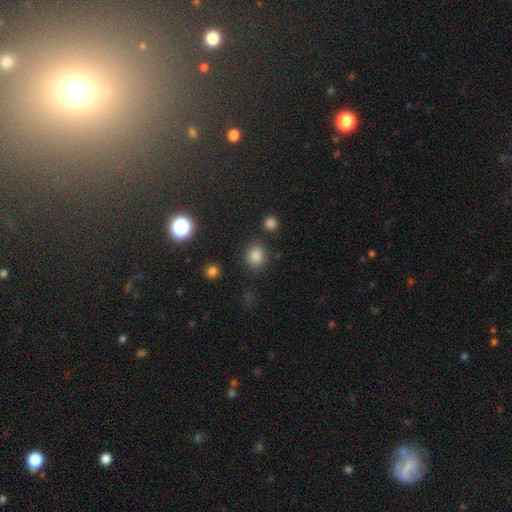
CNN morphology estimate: Q: Smooth or featured?
A: smooth (82%); runner-up: star or artifact (14%)
Q: How rounded?
A: round (78%); runner-up: in between (21%)
Q: Merging?
A: none (83%); runner-up: minor disturbance (9%)